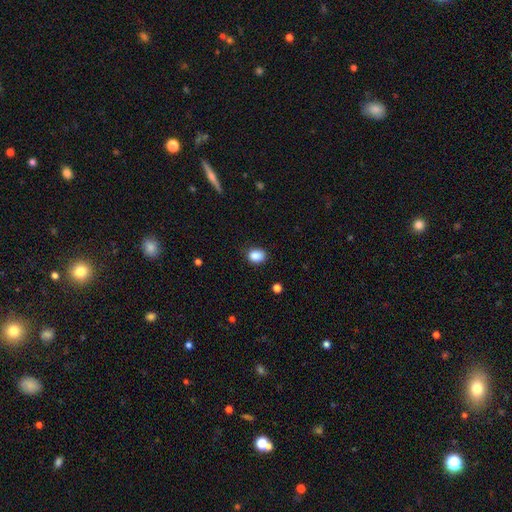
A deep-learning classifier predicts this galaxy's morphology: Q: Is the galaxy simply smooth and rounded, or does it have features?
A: smooth — 88%.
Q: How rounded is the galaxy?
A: in between — 58%.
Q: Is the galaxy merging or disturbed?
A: none — 80%.